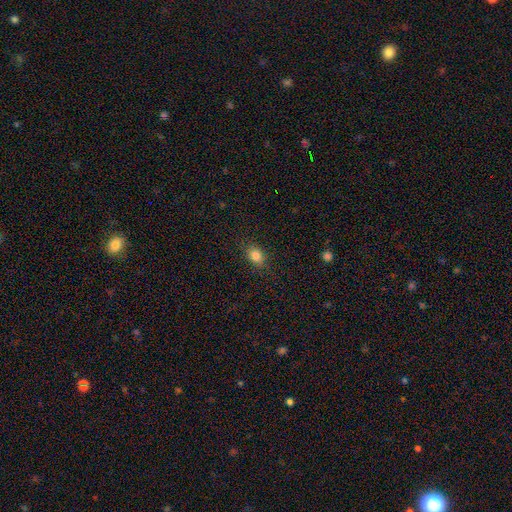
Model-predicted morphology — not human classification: Smooth or featured?
  - smooth: 83% *
  - star or artifact: 11%
  - featured or disk: 6%
How rounded?
  - in between: 65% *
  - round: 33%
  - cigar-shaped: 2%
Merging?
  - none: 86% *
  - minor disturbance: 10%
  - major disturbance: 3%
  - merger: 1%